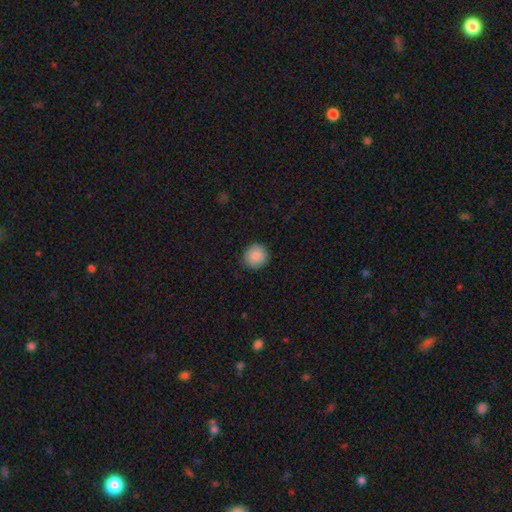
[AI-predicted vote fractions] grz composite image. It shows a smooth galaxy with no disk features (88%) that is round (91%). Merging: none (88%).